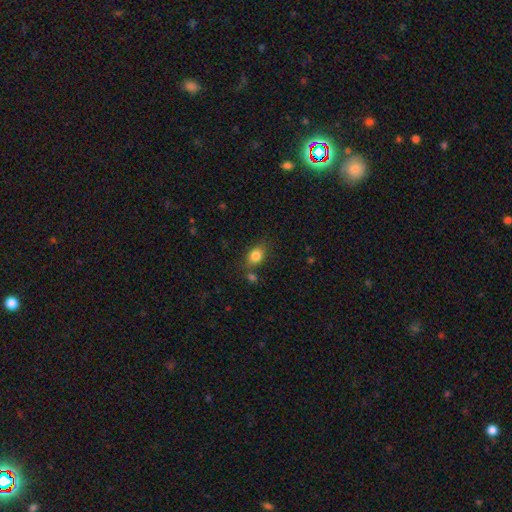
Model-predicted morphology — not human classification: smooth-or-featured: smooth: 82% | star or artifact: 10% | featured or disk: 8%
  how-rounded: in between: 64% | round: 34% | cigar-shaped: 2%
  merging: none: 70% | minor disturbance: 16% | merger: 10% | major disturbance: 5%